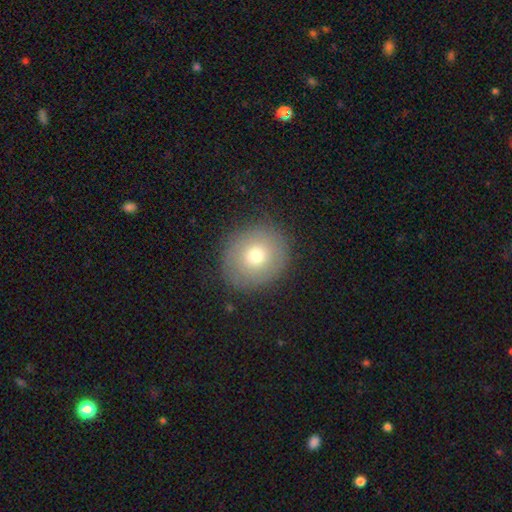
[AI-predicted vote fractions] Overall: smooth (70%). How rounded: round (82%). Merging: none (85%).